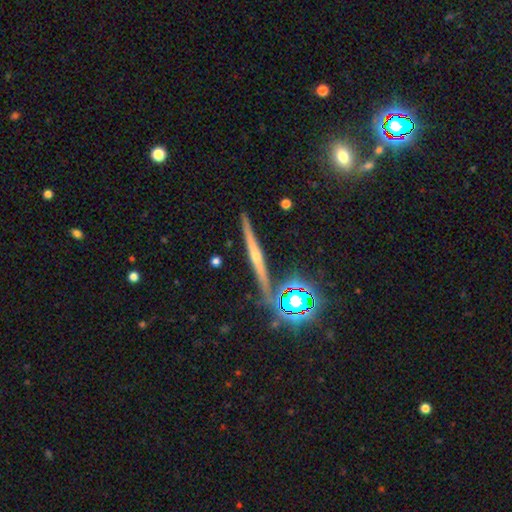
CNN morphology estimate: This appears to be a featured or disk galaxy (65%) viewed edge-on (96%) with a rounded central bulge (69%). Merging: none (88%).